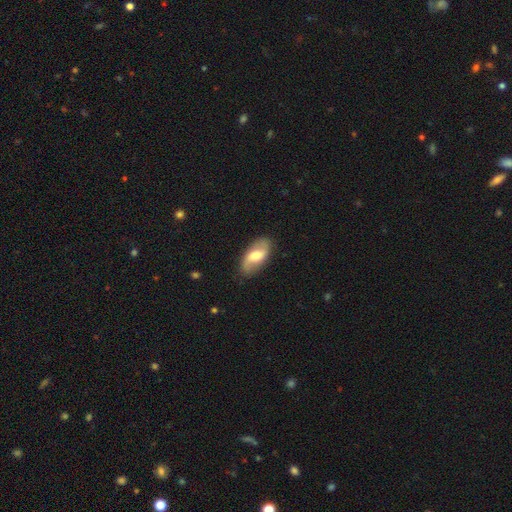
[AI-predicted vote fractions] Q: Smooth or featured?
A: featured or disk (60%); runner-up: smooth (34%)
Q: Edge-on disk?
A: no (92%); runner-up: yes (8%)
Q: Bar?
A: weak (48%); runner-up: no (28%)
Q: Spiral arms?
A: yes (82%); runner-up: no (18%)
Q: Bulge size?
A: moderate (59%); runner-up: large (19%)
Q: Merging?
A: none (82%); runner-up: minor disturbance (13%)